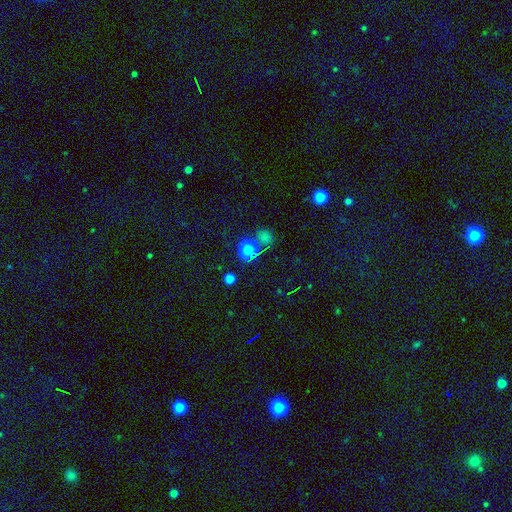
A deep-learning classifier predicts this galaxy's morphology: A smooth galaxy with no disk features (53%) that is round (83%).

Vote fractions:
- Smooth or featured? smooth: 53% / star or artifact: 41% / featured or disk: 7%
- How rounded? round: 83% / in between: 15% / cigar-shaped: 1%
- Merging? none: 73% / merger: 11% / minor disturbance: 11% / major disturbance: 6%